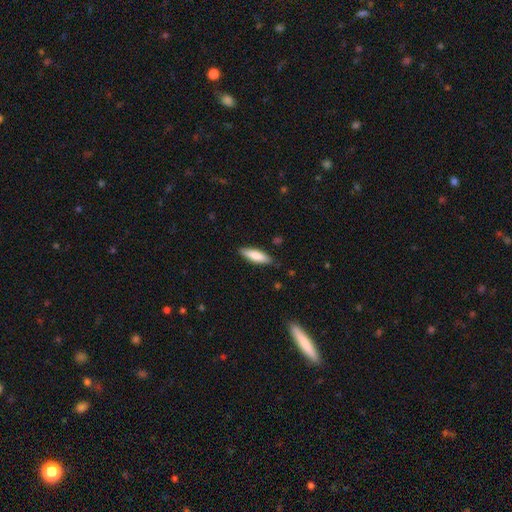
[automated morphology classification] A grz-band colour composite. It shows a smooth galaxy with no disk features (78%) that is cigar-shaped (57%). Merging: none (86%).